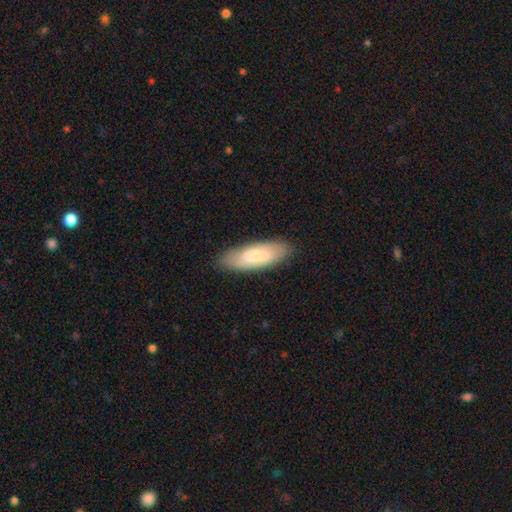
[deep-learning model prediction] smooth 63%, featured or disk 31%, star or artifact 6%. Down the decision tree: how rounded — in between (64%); merging — none (84%).